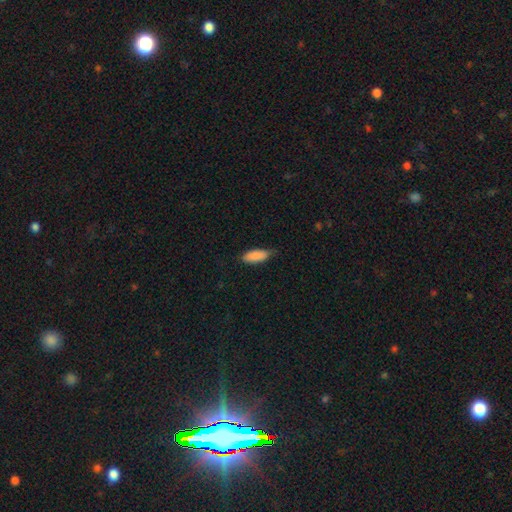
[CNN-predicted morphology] Q: Smooth or featured?
A: smooth (88%); runner-up: star or artifact (6%)
Q: How rounded?
A: in between (75%); runner-up: cigar-shaped (23%)
Q: Merging?
A: none (69%); runner-up: minor disturbance (26%)